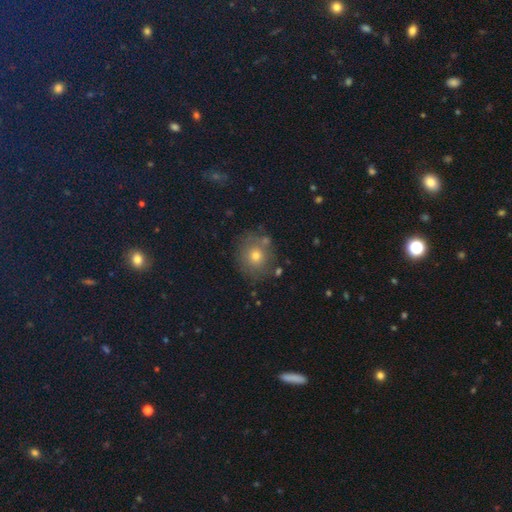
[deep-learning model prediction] A smooth galaxy with no disk features (68%) that is round (78%).

Vote fractions:
- Smooth or featured? smooth: 68% / star or artifact: 16% / featured or disk: 16%
- How rounded? round: 78% / in between: 21% / cigar-shaped: 1%
- Merging? none: 77% / minor disturbance: 13% / merger: 6% / major disturbance: 4%